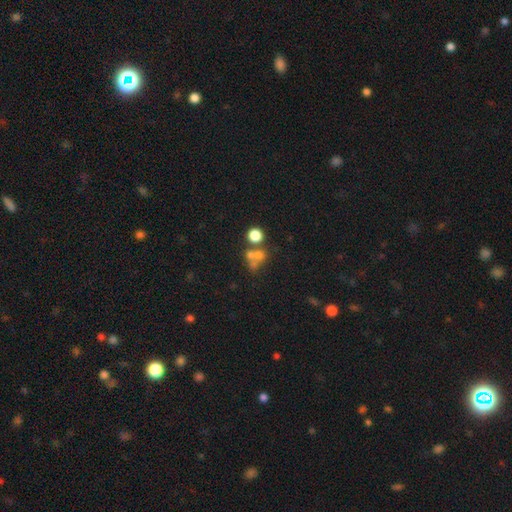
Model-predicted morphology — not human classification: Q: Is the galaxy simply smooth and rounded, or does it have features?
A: smooth — 59%.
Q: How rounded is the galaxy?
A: round — 80%.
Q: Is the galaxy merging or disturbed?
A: merger — 47%.